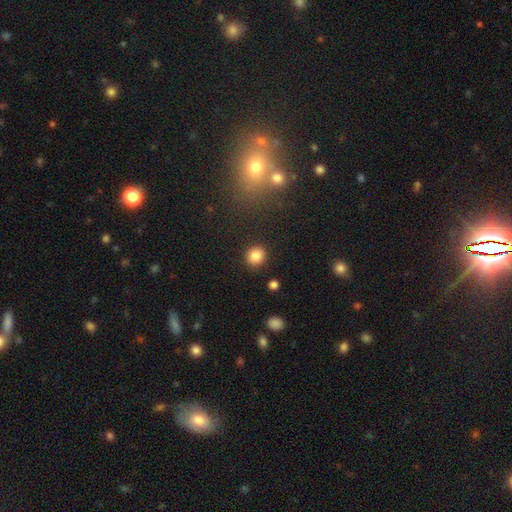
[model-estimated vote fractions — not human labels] smooth-or-featured: smooth: 85% | star or artifact: 10% | featured or disk: 5%
  how-rounded: round: 86% | in between: 13% | cigar-shaped: 1%
  merging: none: 89% | minor disturbance: 7% | major disturbance: 2% | merger: 2%